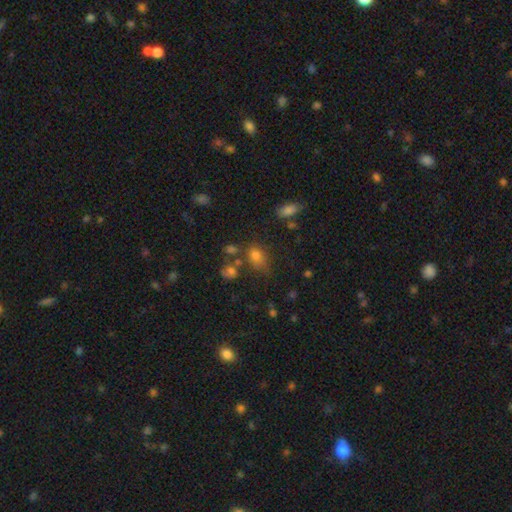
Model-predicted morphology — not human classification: smooth-or-featured: smooth: 72% | star or artifact: 18% | featured or disk: 10%
  how-rounded: in between: 65% | round: 33% | cigar-shaped: 2%
  merging: none: 57% | minor disturbance: 21% | merger: 13% | major disturbance: 8%